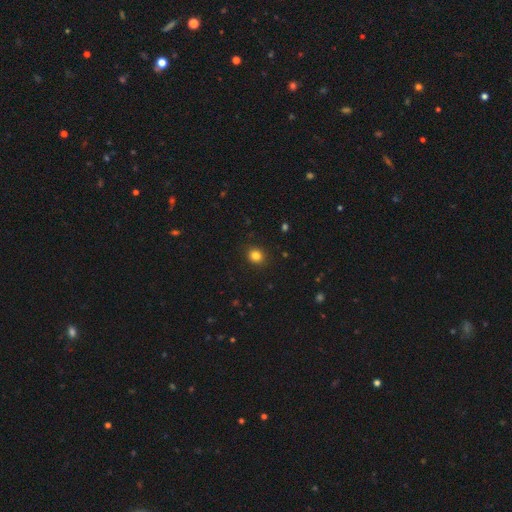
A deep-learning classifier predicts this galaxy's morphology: Overall: smooth (83%). How rounded: round (77%). Merging: none (90%).